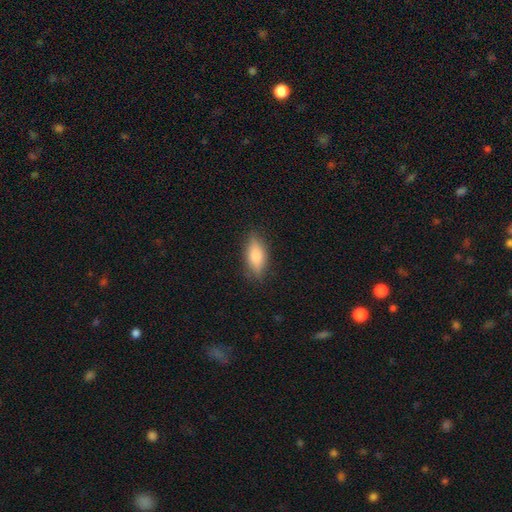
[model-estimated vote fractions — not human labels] Overall: smooth (76%). How rounded: in between (76%). Merging: none (84%).